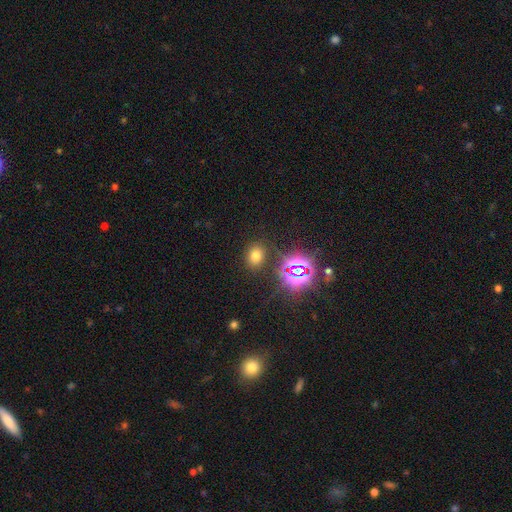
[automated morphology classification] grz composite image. It shows a smooth galaxy with no disk features (64%) that is in between round and cigar-shaped (54%). Merging: none (84%).